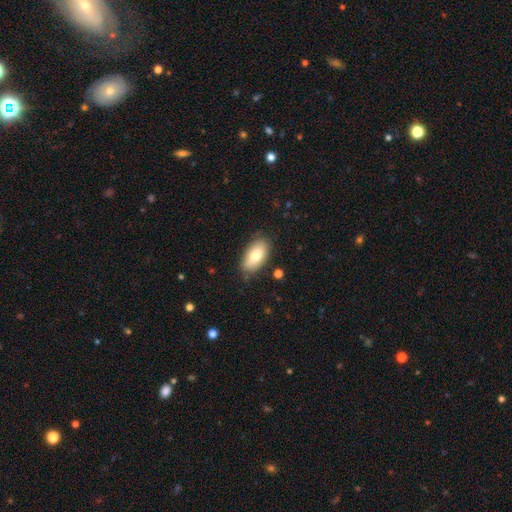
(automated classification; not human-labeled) The model was most divided on "smooth or featured": smooth: 76%, featured or disk: 17%, star or artifact: 7%. More confident: how rounded — in between (92%); merging — none (81%).